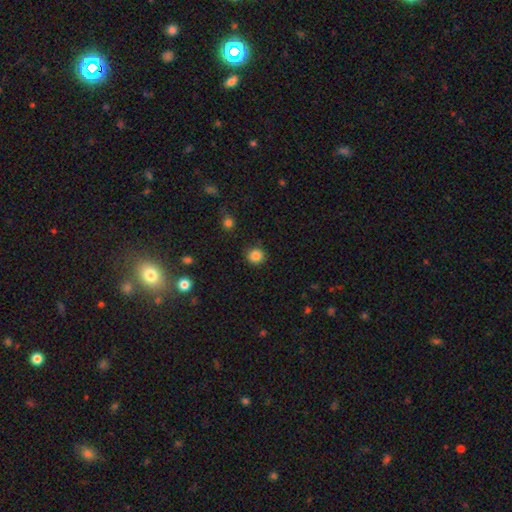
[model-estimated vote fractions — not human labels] Morphology: type=smooth (85%); roundness=round (92%); merging=none (89%).